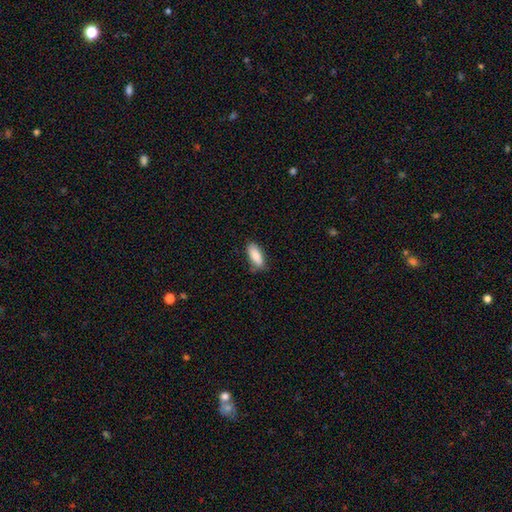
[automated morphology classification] smooth 83%, featured or disk 11%, star or artifact 6%. Down the decision tree: how rounded — in between (80%); merging — none (73%).